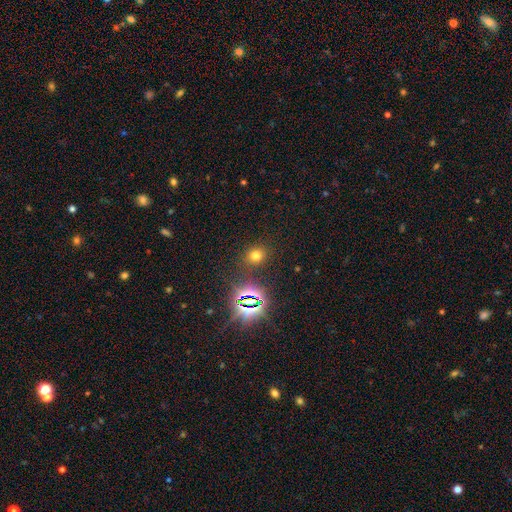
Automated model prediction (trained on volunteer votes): Morphology: type=smooth (65%); roundness=round (72%); merging=none (83%).